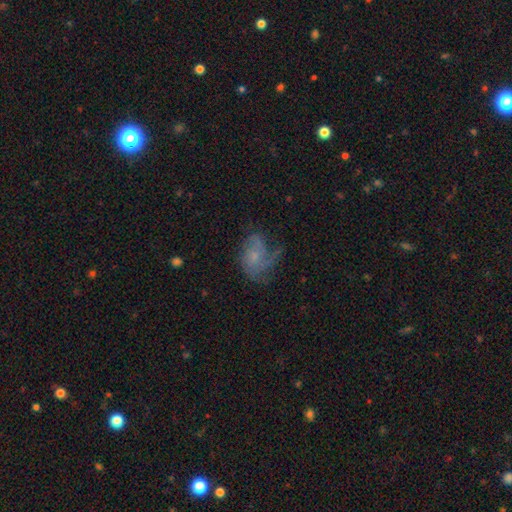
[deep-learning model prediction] smooth-or-featured: featured or disk: 64% | smooth: 25% | star or artifact: 10%
  disk-edge-on: no: 97% | yes: 3%
    bar: no: 78% | weak: 20% | strong: 3%
    has-spiral-arms: yes: 84% | no: 16%
      spiral-winding: medium: 41% | loose: 34% | tight: 25%
      spiral-arm-count: can't tell: 26% | 3: 23% | 2: 20% | 1: 19% | 4: 7% | more than 4: 5%
    bulge-size: small: 61% | moderate: 20% | none: 15% | large: 2% | dominant: 1%
  merging: none: 46% | major disturbance: 29% | minor disturbance: 23% | merger: 2%